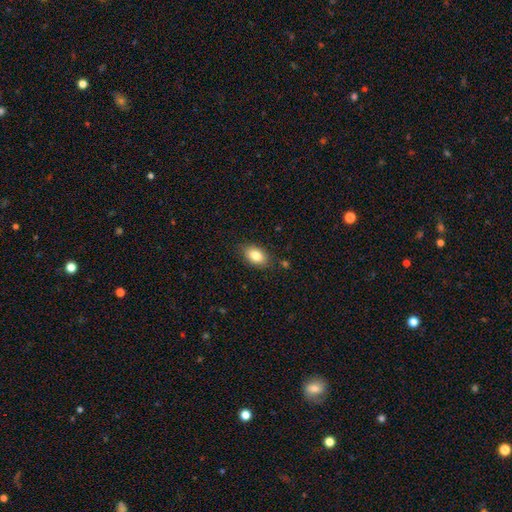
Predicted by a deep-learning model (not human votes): Smooth or featured? smooth (82%)
How rounded? in between (88%)
Merging? none (83%)